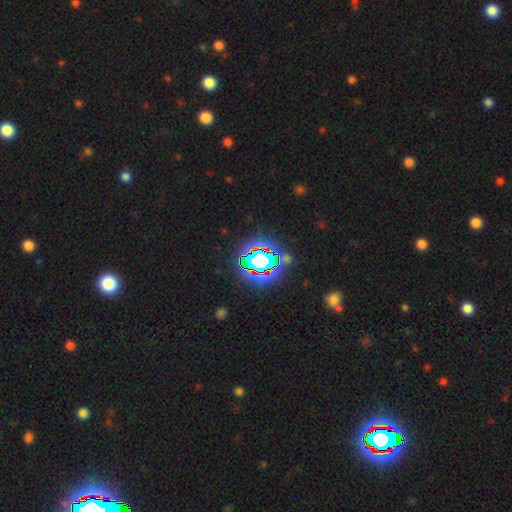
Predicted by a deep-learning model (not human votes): A star or artifact, not a galaxy (71%).

Vote fractions:
- Smooth or featured? star or artifact: 71% / smooth: 16% / featured or disk: 12%